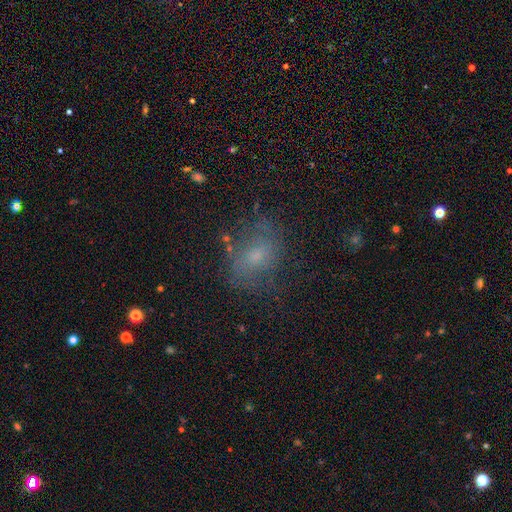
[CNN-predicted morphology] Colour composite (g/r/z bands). It shows a smooth galaxy with no disk features (49%). Merging: none (63%).